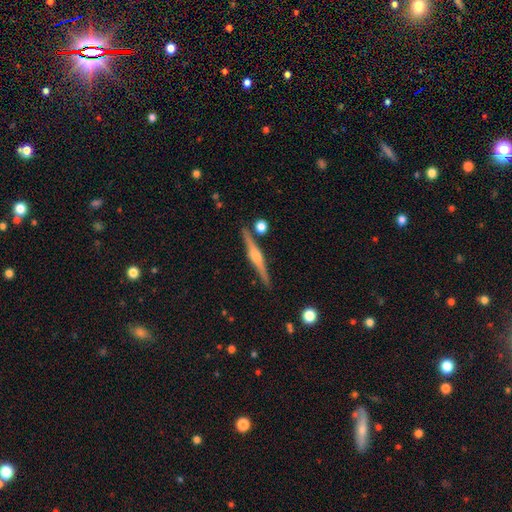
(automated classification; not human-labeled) Q: Smooth or featured?
A: featured or disk (81%); runner-up: smooth (13%)
Q: Edge-on disk?
A: yes (98%); runner-up: no (2%)
Q: Edge-on bulge?
A: rounded (81%); runner-up: boxy (14%)
Q: Merging?
A: none (88%); runner-up: minor disturbance (7%)